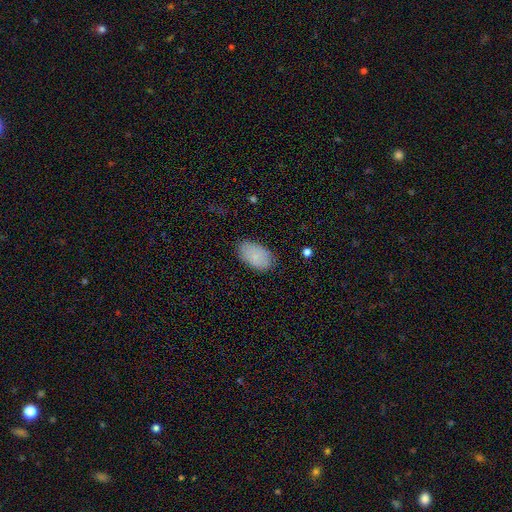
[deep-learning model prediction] This appears to be a smooth galaxy with no disk features (83%) that is in between round and cigar-shaped (94%). Merging: none (80%).